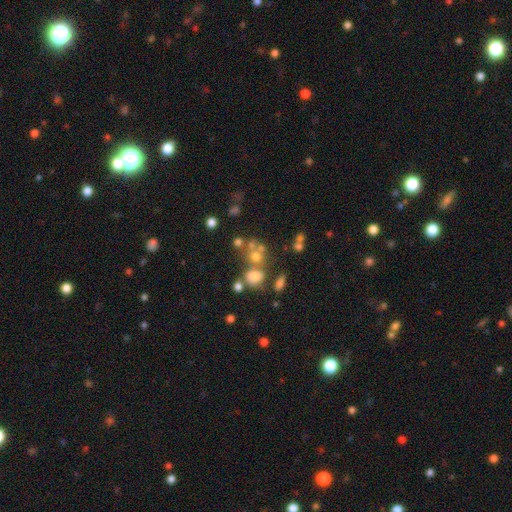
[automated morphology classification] This is likely a smooth galaxy (61%). How rounded: likely round (69%). Merging: marginally none (42%).